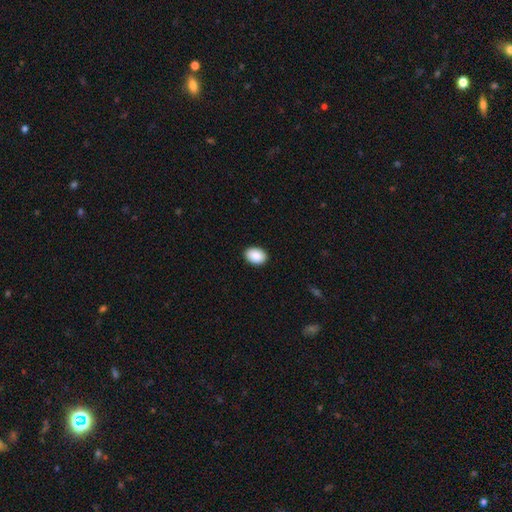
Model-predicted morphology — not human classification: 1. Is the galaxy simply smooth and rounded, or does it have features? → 90% smooth, 7% star or artifact, 3% featured or disk.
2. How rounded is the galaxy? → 78% in between, 21% round, 1% cigar-shaped.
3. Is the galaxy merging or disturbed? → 91% none, 7% minor disturbance, 2% major disturbance, 1% merger.